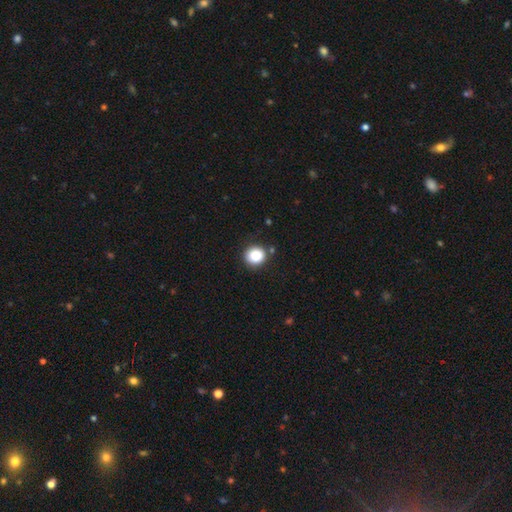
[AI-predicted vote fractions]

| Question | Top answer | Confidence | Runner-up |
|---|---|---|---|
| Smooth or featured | smooth | 86% | star or artifact (10%) |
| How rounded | round | 87% | in between (12%) |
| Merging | none | 86% | minor disturbance (9%) |